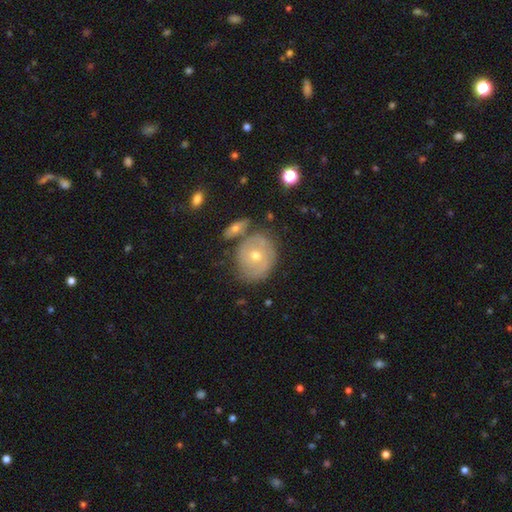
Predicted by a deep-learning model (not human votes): Smooth or featured? Predicted: featured or disk (p=0.55). Edge-on disk? Predicted: no (p=0.94). Bar? Predicted: no (p=0.84). Spiral arms? Predicted: yes (p=0.51). Bulge size? Predicted: moderate (p=0.66). Merging? Predicted: none (p=0.64).